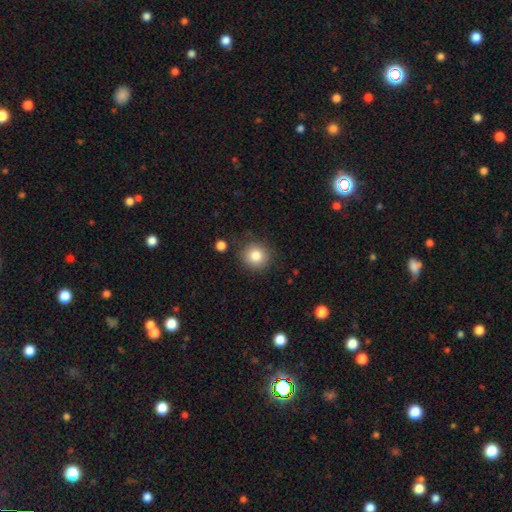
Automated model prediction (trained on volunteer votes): Smooth or featured?
  - smooth: 83% *
  - star or artifact: 10%
  - featured or disk: 7%
How rounded?
  - round: 91% *
  - in between: 8%
  - cigar-shaped: 1%
Merging?
  - none: 85% *
  - minor disturbance: 9%
  - major disturbance: 3%
  - merger: 3%